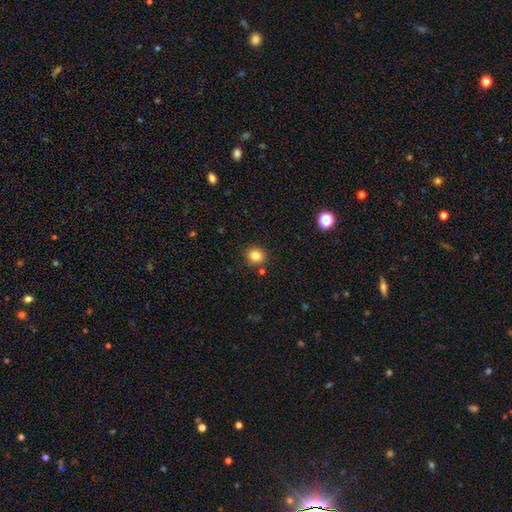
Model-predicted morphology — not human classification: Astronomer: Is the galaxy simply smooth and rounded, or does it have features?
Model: smooth — 83%.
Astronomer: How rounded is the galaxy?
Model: round — 87%.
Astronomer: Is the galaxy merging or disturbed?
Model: none — 86%.